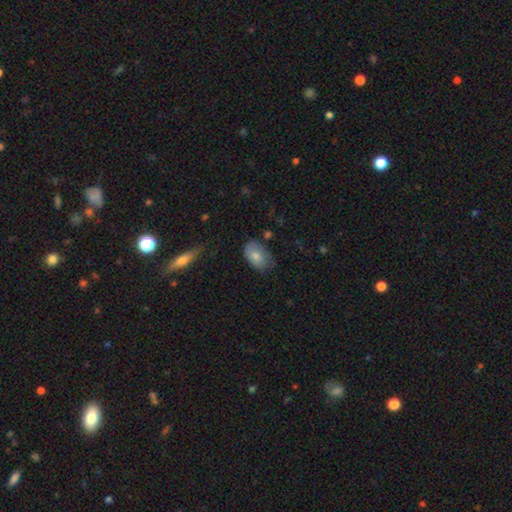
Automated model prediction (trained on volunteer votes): Overall: smooth (78%). How rounded: in between (89%). Merging: none (56%; minor disturbance 32%).